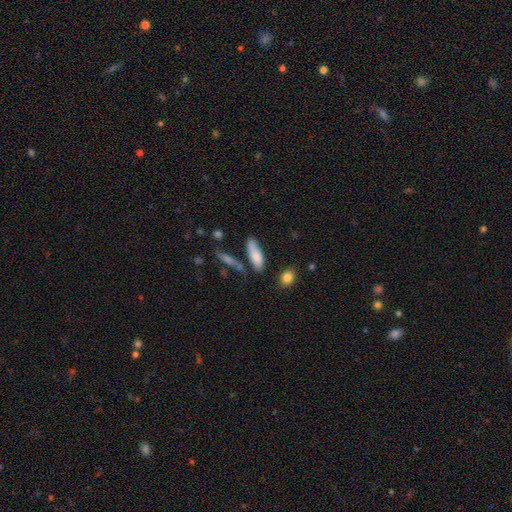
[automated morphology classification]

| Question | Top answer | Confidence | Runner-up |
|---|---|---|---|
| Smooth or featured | smooth | 79% | featured or disk (14%) |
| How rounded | in between | 53% | cigar-shaped (44%) |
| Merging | none | 63% | minor disturbance (21%) |